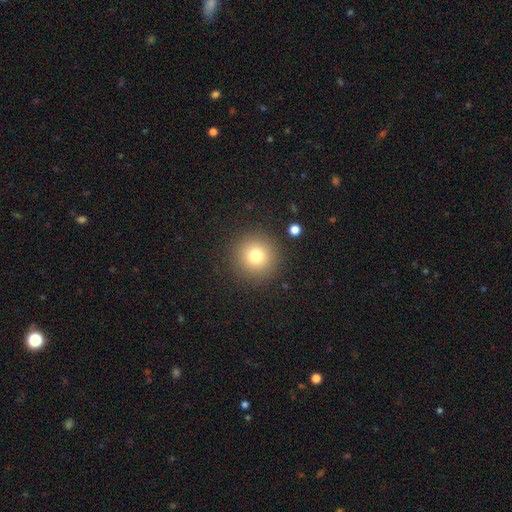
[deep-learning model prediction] Smooth or featured? Predicted: smooth (p=0.77). How rounded? Predicted: round (p=0.96). Merging? Predicted: none (p=0.89).